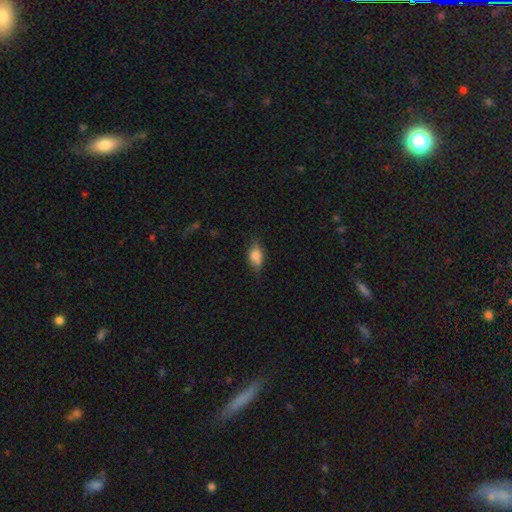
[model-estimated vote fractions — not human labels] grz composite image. It shows a smooth galaxy with no disk features (76%) that is in between round and cigar-shaped (84%). Merging: none (67%).